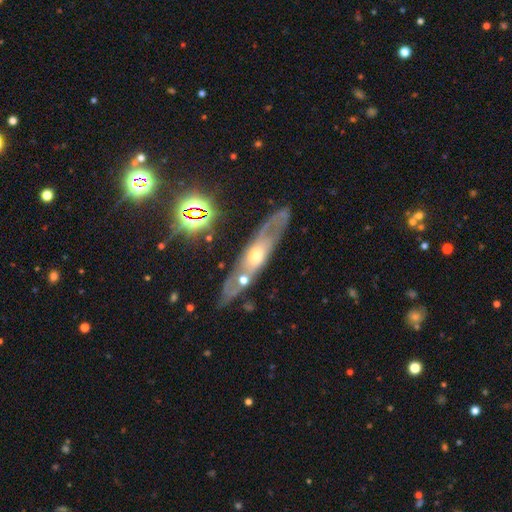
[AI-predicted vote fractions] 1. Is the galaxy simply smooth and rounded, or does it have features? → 69% featured or disk, 22% smooth, 9% star or artifact.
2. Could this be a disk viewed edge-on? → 53% no, 47% yes.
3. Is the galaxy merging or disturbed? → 72% none, 15% minor disturbance, 7% merger, 6% major disturbance.